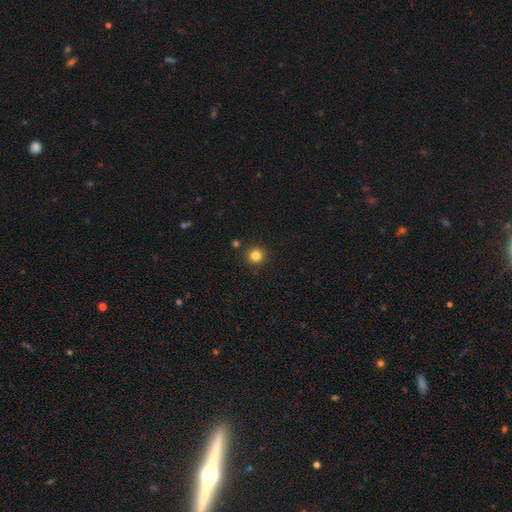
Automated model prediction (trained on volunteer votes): Smooth or featured? Predicted: smooth (p=0.83). How rounded? Predicted: round (p=0.96). Merging? Predicted: none (p=0.91).